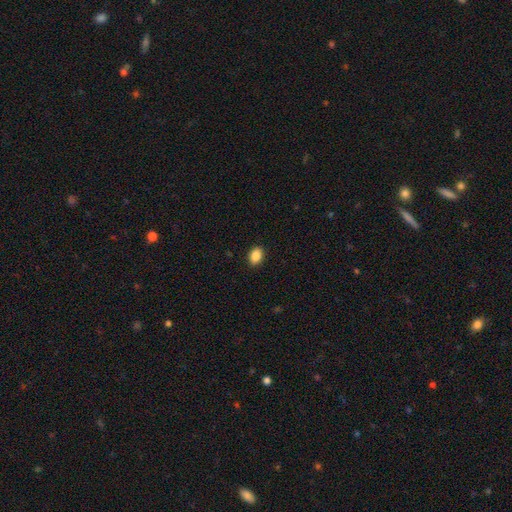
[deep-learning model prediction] Smooth or featured: smooth — 88% (star or artifact — 8%)
How rounded: in between — 80% (round — 19%)
Merging: none — 90% (minor disturbance — 7%)